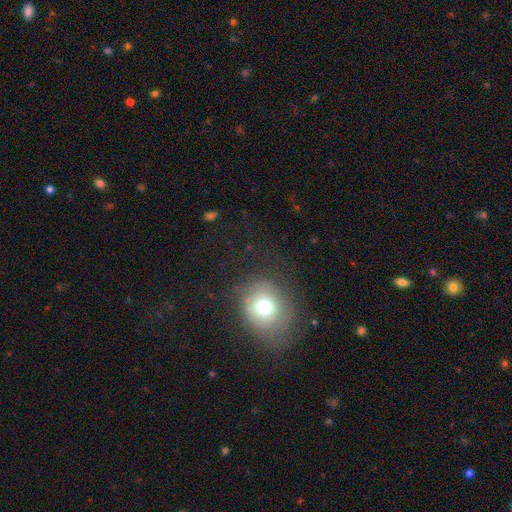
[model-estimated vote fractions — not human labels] A smooth galaxy with no disk features (61%) that is round (65%).

Vote fractions:
- Smooth or featured? smooth: 61% / star or artifact: 21% / featured or disk: 18%
- How rounded? round: 65% / in between: 34% / cigar-shaped: 1%
- Merging? none: 72% / minor disturbance: 16% / major disturbance: 10% / merger: 2%